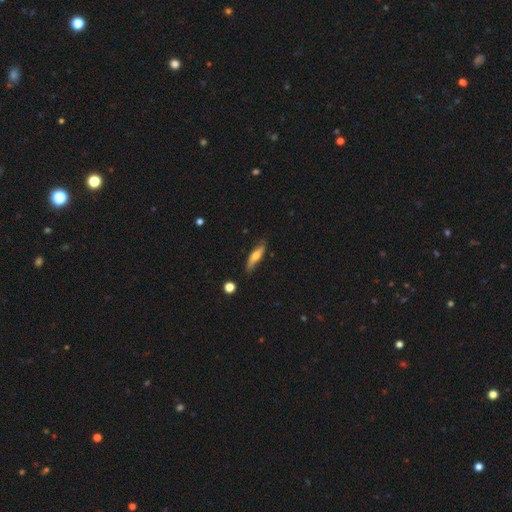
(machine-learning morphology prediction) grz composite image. It shows a smooth galaxy with no disk features (52%) that is cigar-shaped (69%). Merging: none (78%).